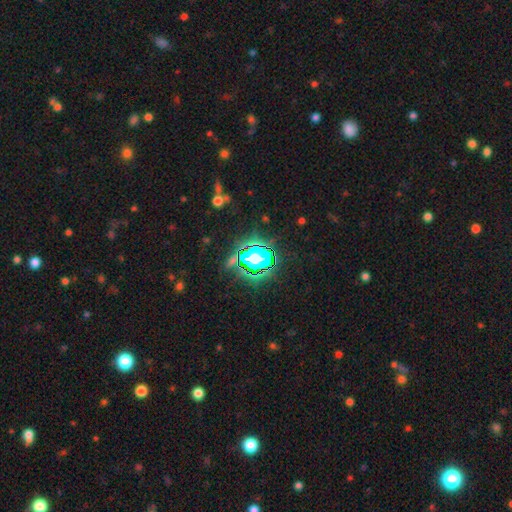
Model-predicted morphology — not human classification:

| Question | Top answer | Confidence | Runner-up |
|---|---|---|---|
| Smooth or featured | star or artifact | 81% | smooth (12%) |